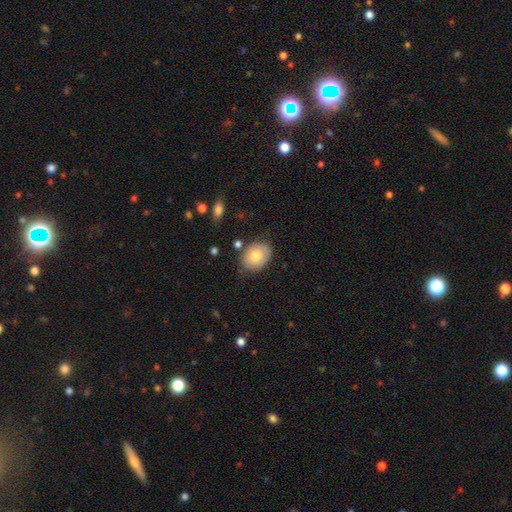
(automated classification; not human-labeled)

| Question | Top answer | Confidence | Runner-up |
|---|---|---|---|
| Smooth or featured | smooth | 80% | featured or disk (13%) |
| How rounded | in between | 71% | round (28%) |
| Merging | none | 74% | minor disturbance (19%) |